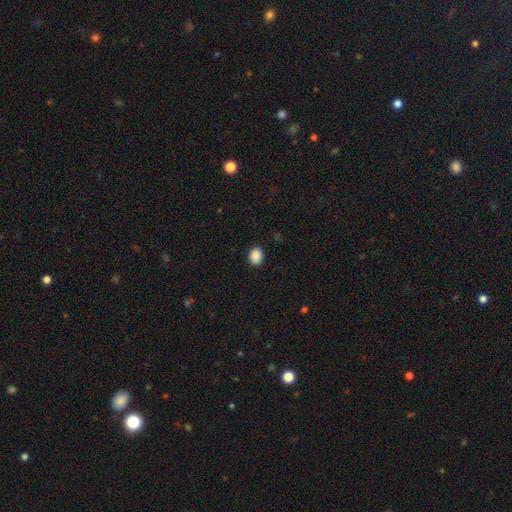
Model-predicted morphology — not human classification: smooth_or_featured: smooth (p=0.89) [alt: star or artifact p=0.08]
how_rounded: in between (p=0.53) [alt: round p=0.46]
merging: none (p=0.89) [alt: minor disturbance p=0.08]